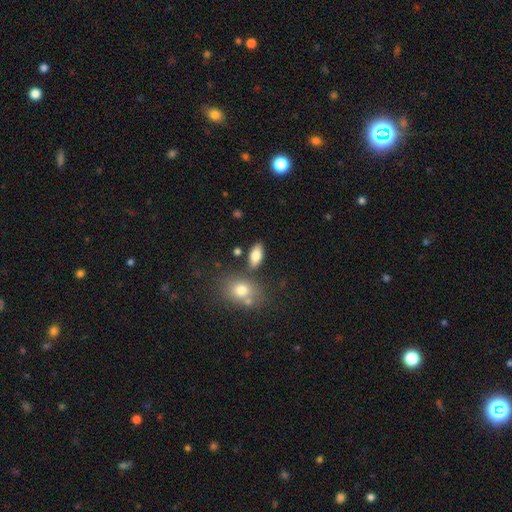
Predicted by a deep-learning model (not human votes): Smooth or featured?
  - smooth: 78% *
  - featured or disk: 14%
  - star or artifact: 8%
How rounded?
  - in between: 86% *
  - cigar-shaped: 9%
  - round: 5%
Merging?
  - none: 77% *
  - minor disturbance: 11%
  - merger: 8%
  - major disturbance: 4%